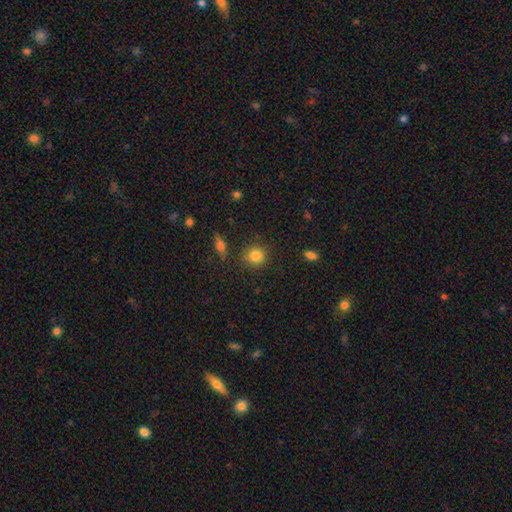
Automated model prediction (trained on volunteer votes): Smooth or featured? smooth (83%)
How rounded? round (89%)
Merging? none (83%)